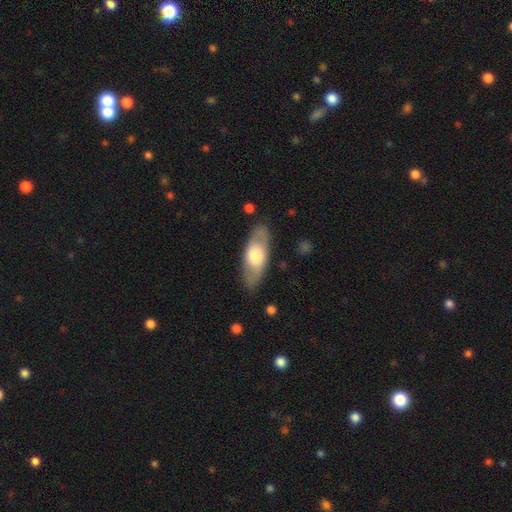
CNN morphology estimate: Smooth or featured? smooth (56%)
How rounded? in between (76%)
Merging? none (83%)